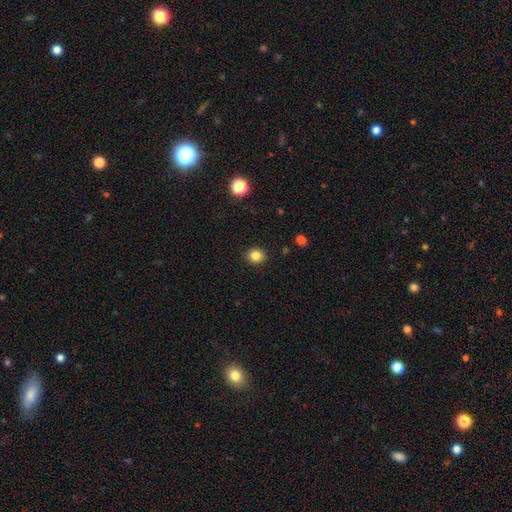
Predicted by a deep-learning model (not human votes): smooth-or-featured: smooth: 84% | star or artifact: 12% | featured or disk: 5%
  how-rounded: round: 81% | in between: 19% | cigar-shaped: 1%
  merging: none: 91% | minor disturbance: 6% | major disturbance: 2% | merger: 1%